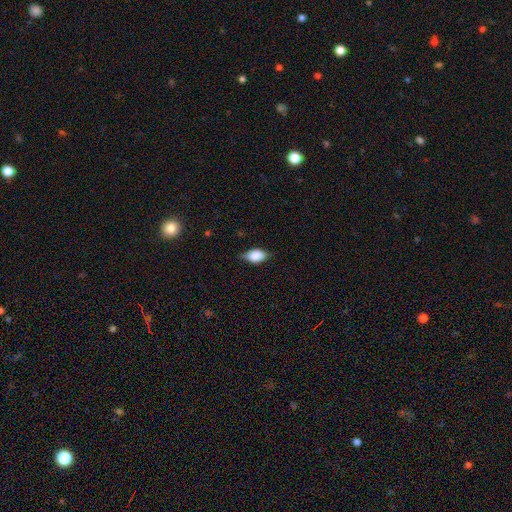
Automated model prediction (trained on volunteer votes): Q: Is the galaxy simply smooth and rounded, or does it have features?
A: smooth — 78%.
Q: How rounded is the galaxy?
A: in between — 86%.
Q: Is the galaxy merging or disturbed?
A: none — 73%.